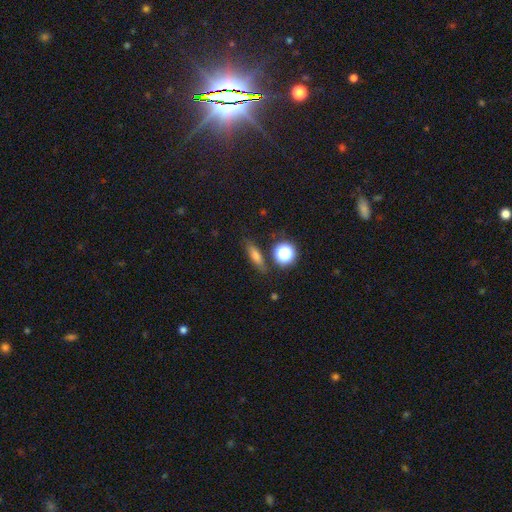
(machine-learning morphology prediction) Q: Smooth or featured?
A: smooth (65%); runner-up: featured or disk (20%)
Q: How rounded?
A: cigar-shaped (54%); runner-up: in between (32%)
Q: Merging?
A: none (81%); runner-up: minor disturbance (12%)